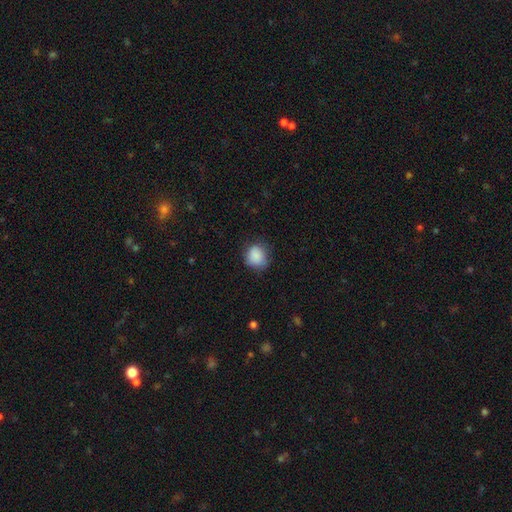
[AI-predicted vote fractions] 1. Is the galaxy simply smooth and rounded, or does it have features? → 88% smooth, 8% star or artifact, 4% featured or disk.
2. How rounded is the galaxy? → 73% round, 26% in between, 1% cigar-shaped.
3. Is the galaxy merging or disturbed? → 75% none, 19% minor disturbance, 5% major disturbance, 1% merger.